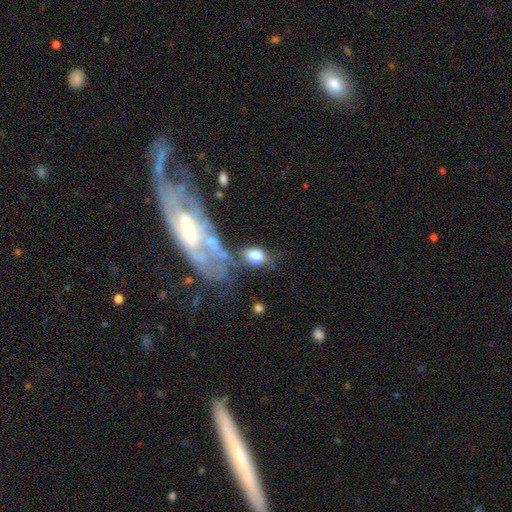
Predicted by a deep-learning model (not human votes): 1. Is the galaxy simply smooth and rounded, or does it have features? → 68% smooth, 23% featured or disk, 9% star or artifact.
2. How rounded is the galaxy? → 80% in between, 18% round, 2% cigar-shaped.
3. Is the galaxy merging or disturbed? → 39% none, 26% merger, 19% minor disturbance, 16% major disturbance.